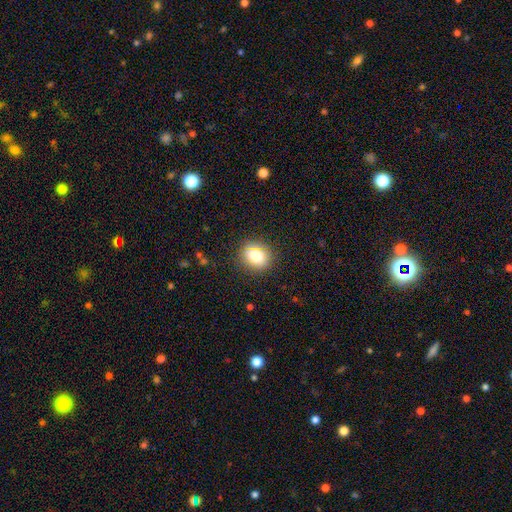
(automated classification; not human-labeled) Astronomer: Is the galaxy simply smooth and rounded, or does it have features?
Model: smooth — 80%.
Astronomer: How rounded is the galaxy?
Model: round — 72%.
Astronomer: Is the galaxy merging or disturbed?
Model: none — 86%.